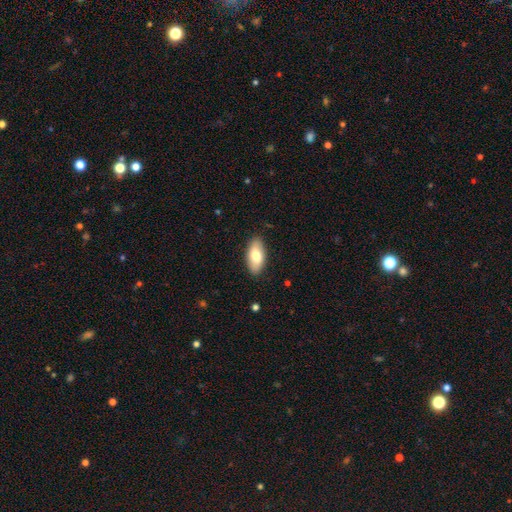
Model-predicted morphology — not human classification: smooth_or_featured: smooth (p=0.74) [alt: featured or disk p=0.20]
how_rounded: in between (p=0.90) [alt: cigar-shaped p=0.07]
merging: none (p=0.87) [alt: minor disturbance p=0.10]